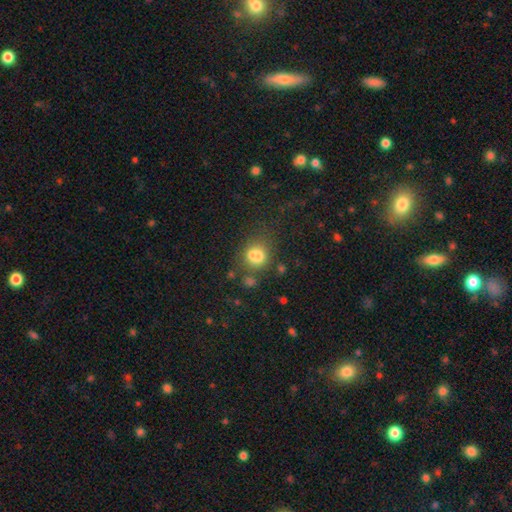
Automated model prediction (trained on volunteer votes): The model was most divided on "merging": none: 44%, merger: 35%, minor disturbance: 14%, major disturbance: 7%. More confident: smooth or featured — smooth (72%); how rounded — round (66%).